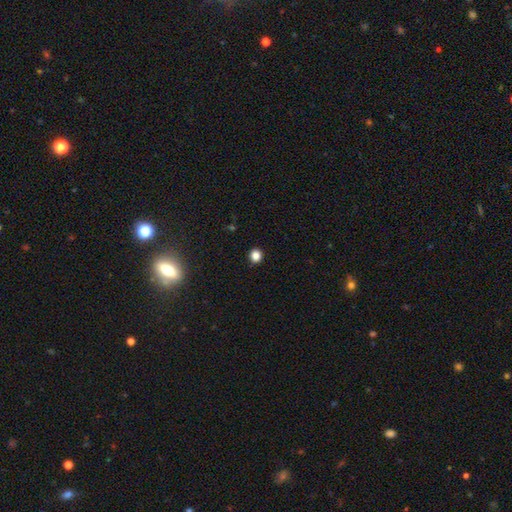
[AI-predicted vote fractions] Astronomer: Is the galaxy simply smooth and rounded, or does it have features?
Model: smooth — 84%.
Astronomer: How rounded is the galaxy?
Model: round — 90%.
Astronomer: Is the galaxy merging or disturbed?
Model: none — 92%.